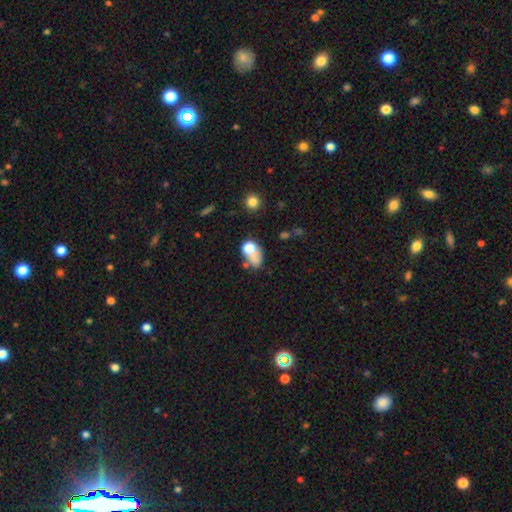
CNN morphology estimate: The model was most divided on "merging": major disturbance: 27%, merger: 26%, none: 25%, minor disturbance: 22%. More confident: how rounded — in between (75%); smooth or featured — smooth (66%).